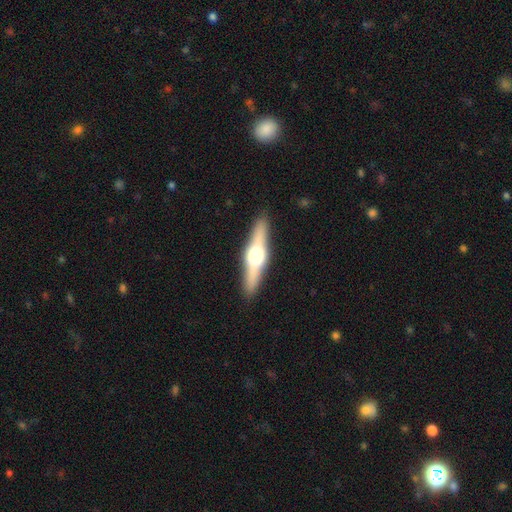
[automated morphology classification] Smooth or featured: featured or disk — 67% (smooth — 28%)
Edge-on disk: yes — 96% (no — 4%)
Edge-on bulge: rounded — 95% (boxy — 4%)
Merging: none — 90% (minor disturbance — 7%)